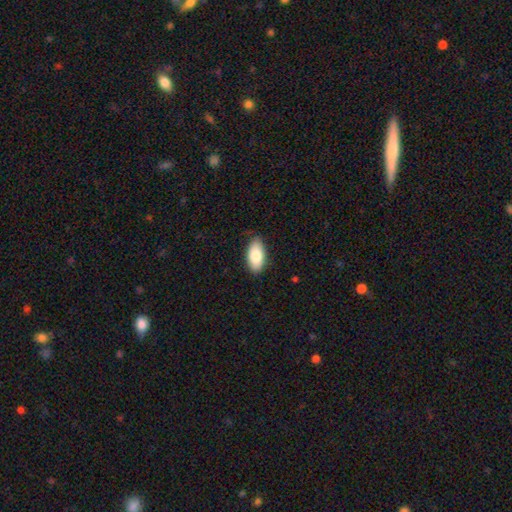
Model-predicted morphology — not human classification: Overall: smooth (83%). How rounded: in between (92%). Merging: none (82%).